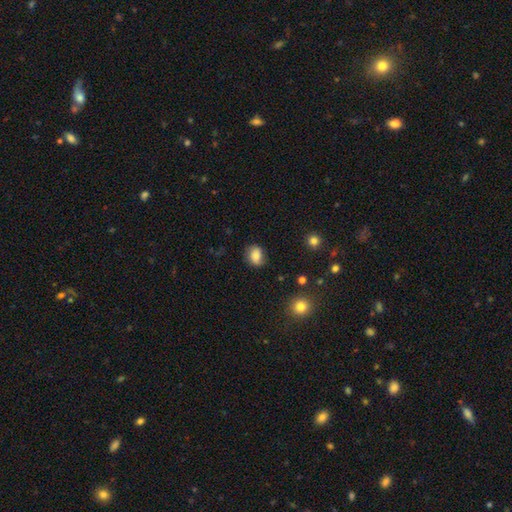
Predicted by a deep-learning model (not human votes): Morphology: type=smooth (78%); roundness=in between (54%); merging=none (73%).